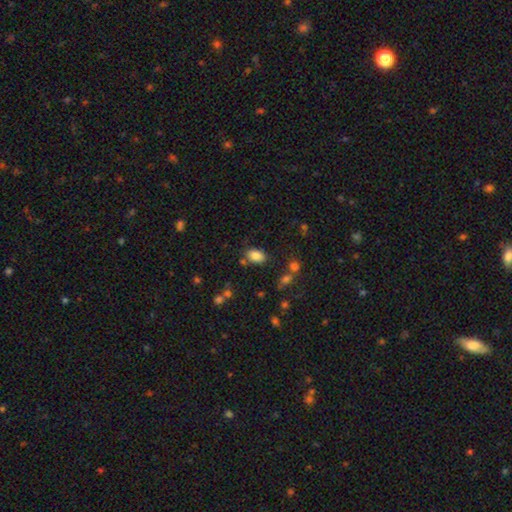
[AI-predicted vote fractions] Smooth or featured: smooth — 84% (star or artifact — 9%)
How rounded: in between — 87% (round — 12%)
Merging: none — 76% (minor disturbance — 14%)